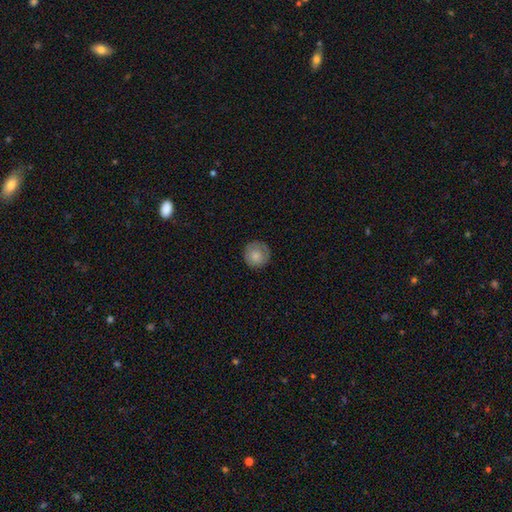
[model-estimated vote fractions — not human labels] smooth-or-featured: smooth: 81% | featured or disk: 12% | star or artifact: 8%
  how-rounded: round: 95% | in between: 4% | cigar-shaped: 1%
  merging: none: 85% | minor disturbance: 11% | major disturbance: 3% | merger: 1%